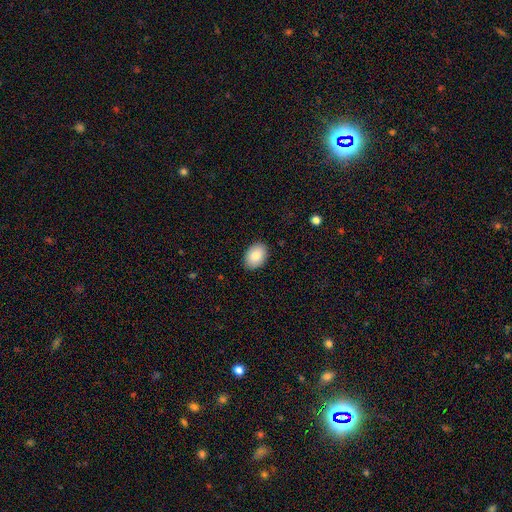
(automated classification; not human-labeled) Smooth or featured? smooth (84%)
How rounded? in between (82%)
Merging? none (89%)